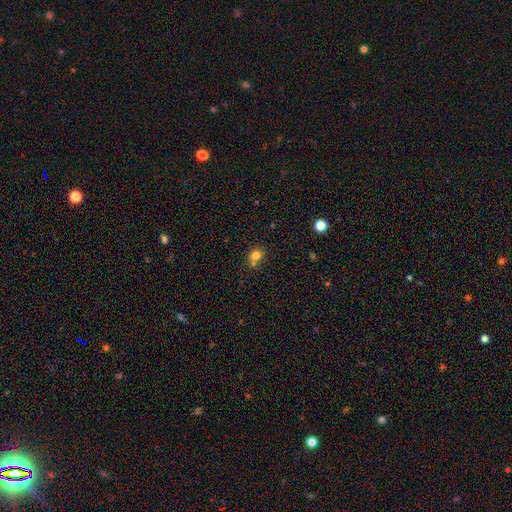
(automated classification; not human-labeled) Smooth or featured? smooth (77%)
How rounded? round (64%)
Merging? none (45%)